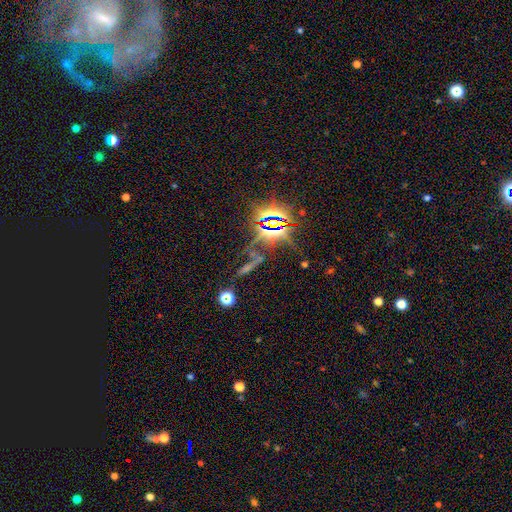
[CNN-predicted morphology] Smooth or featured? Predicted: star or artifact (p=0.73).